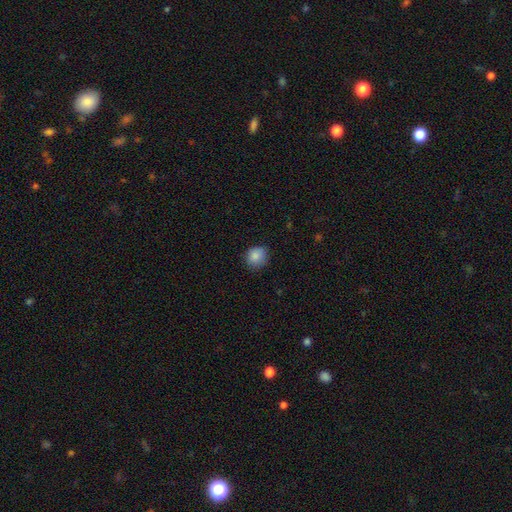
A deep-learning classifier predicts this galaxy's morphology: smooth 87%, star or artifact 9%, featured or disk 4%. Down the decision tree: how rounded — round (80%); merging — none (80%).